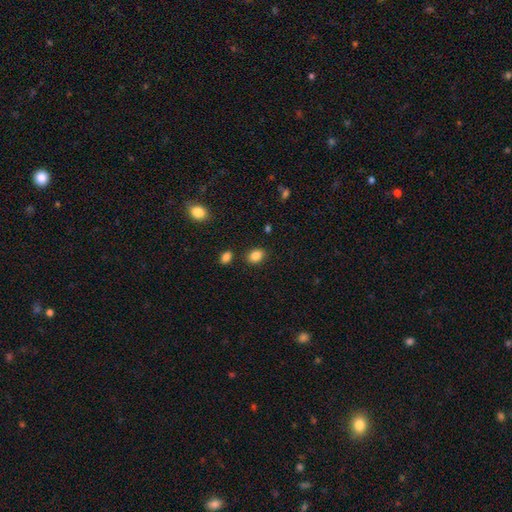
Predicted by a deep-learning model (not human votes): Smooth or featured?
  - smooth: 86% *
  - star or artifact: 9%
  - featured or disk: 5%
How rounded?
  - in between: 66% *
  - round: 33%
  - cigar-shaped: 1%
Merging?
  - none: 85% *
  - minor disturbance: 9%
  - merger: 4%
  - major disturbance: 2%